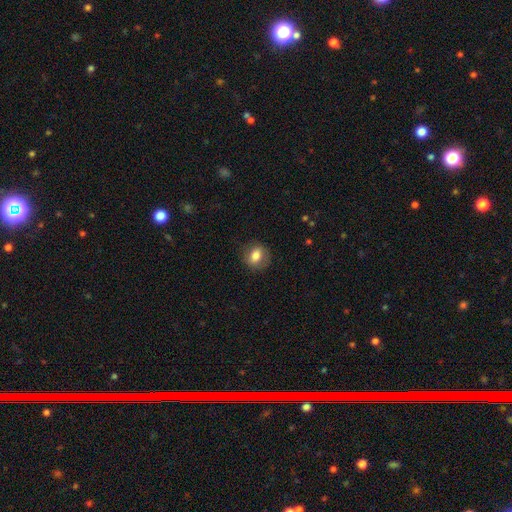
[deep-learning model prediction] Smooth or featured? Predicted: smooth (p=0.76). How rounded? Predicted: round (p=0.53). Merging? Predicted: none (p=0.80).